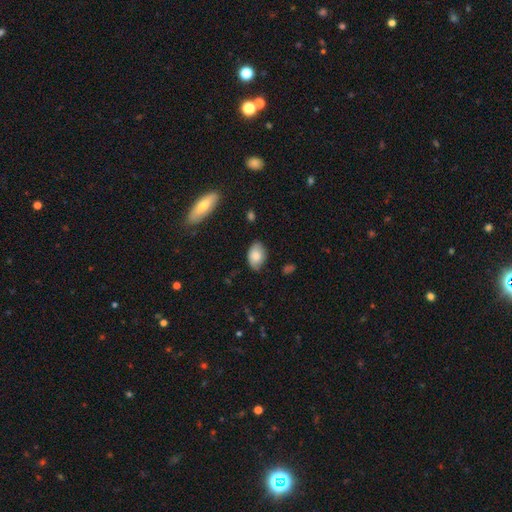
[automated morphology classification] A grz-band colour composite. It shows a smooth galaxy with no disk features (80%) that is in between round and cigar-shaped (88%). Merging: none (73%).